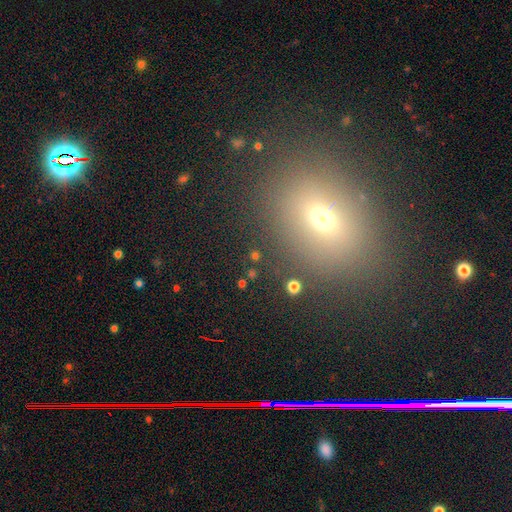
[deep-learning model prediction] A smooth galaxy with no disk features (49%).

Vote fractions:
- Smooth or featured? smooth: 49% / star or artifact: 37% / featured or disk: 14%
- Merging? none: 79% / minor disturbance: 9% / merger: 6% / major disturbance: 6%